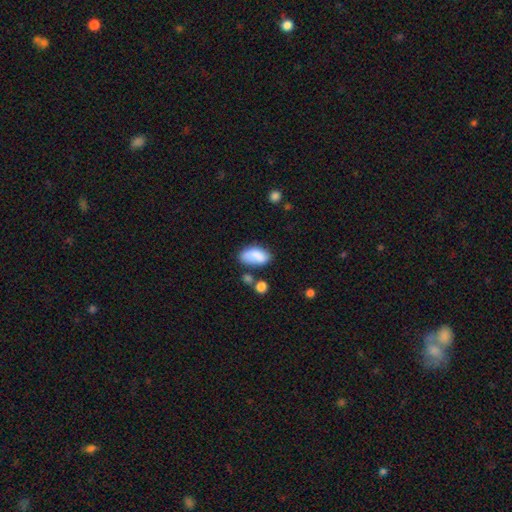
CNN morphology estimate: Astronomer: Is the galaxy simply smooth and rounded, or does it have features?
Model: smooth — 80%.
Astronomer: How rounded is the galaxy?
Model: in between — 92%.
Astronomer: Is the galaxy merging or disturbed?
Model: none — 53%.